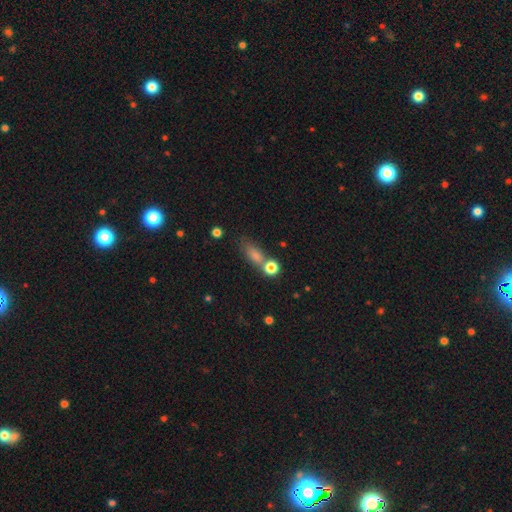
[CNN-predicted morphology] The model was most divided on "merging": none: 51%, merger: 23%, minor disturbance: 17%, major disturbance: 8%. More confident: smooth or featured — smooth (77%); how rounded — in between (61%).